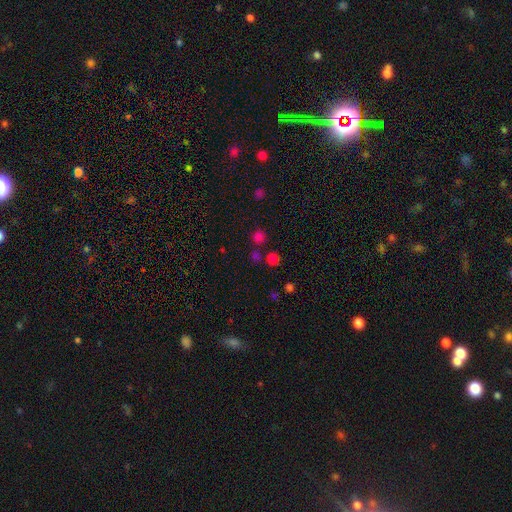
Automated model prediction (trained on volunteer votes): This appears to be a smooth galaxy with no disk features (67%) that is round (89%). Merging: none (73%).